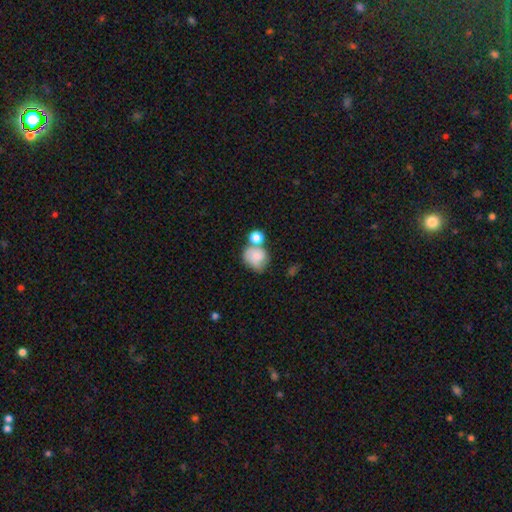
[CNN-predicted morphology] Smooth or featured? Predicted: smooth (p=0.71). How rounded? Predicted: round (p=0.66). Merging? Predicted: none (p=0.38).